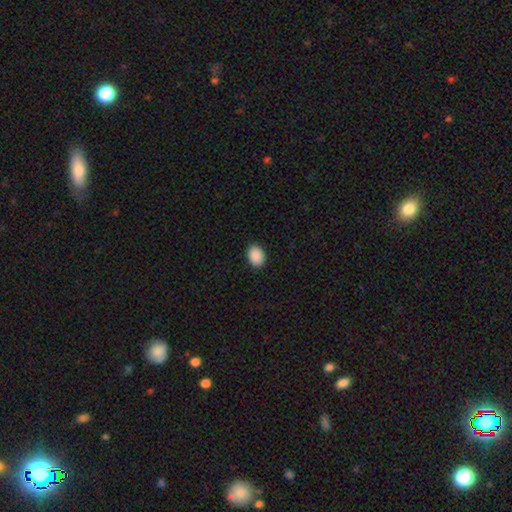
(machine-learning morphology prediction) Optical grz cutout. It shows a smooth galaxy with no disk features (90%) that is in between round and cigar-shaped (73%). Merging: none (91%).